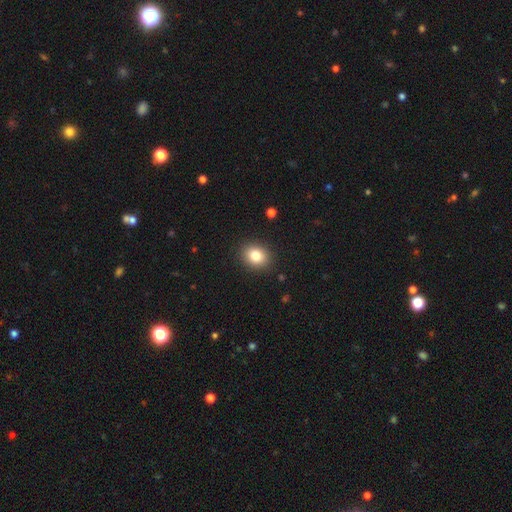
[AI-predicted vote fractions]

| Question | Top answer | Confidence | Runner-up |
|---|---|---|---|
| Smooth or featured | smooth | 82% | star or artifact (10%) |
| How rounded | round | 64% | in between (35%) |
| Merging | none | 90% | minor disturbance (7%) |